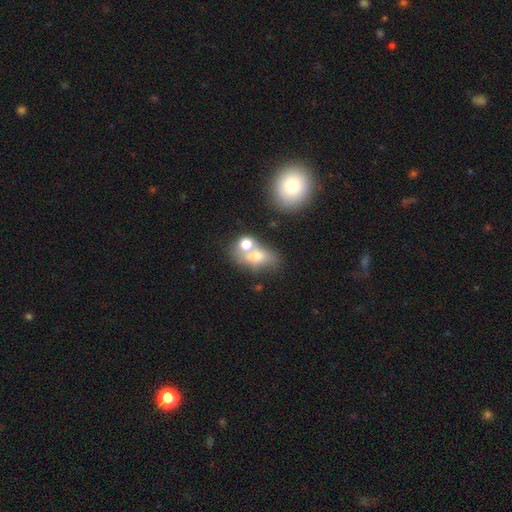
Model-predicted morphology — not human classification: Smooth or featured: smooth — 64% (featured or disk — 23%)
How rounded: in between — 65% (round — 32%)
Merging: merger — 46% (none — 34%)